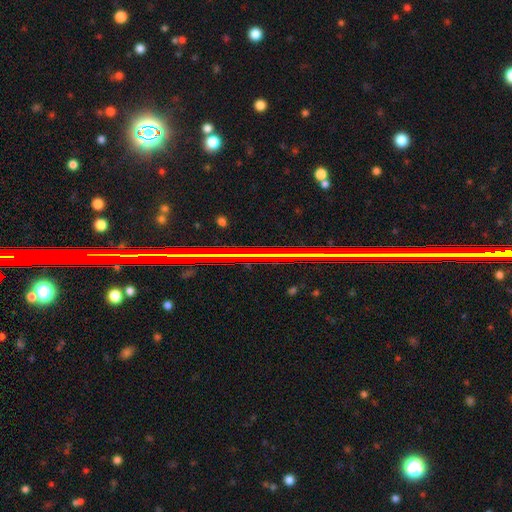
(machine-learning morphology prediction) type=star or artifact (76%).